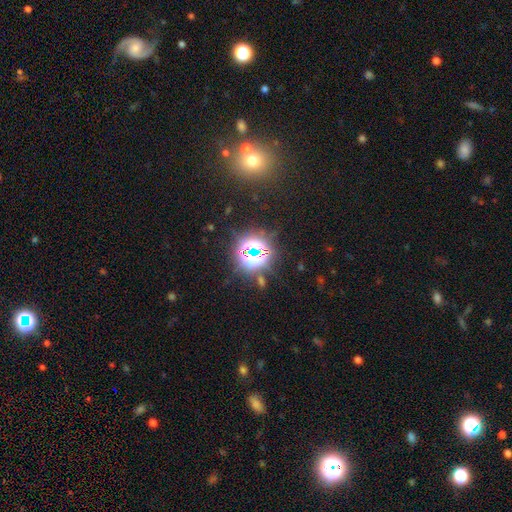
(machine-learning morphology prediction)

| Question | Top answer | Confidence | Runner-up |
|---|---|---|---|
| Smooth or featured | star or artifact | 75% | smooth (17%) |